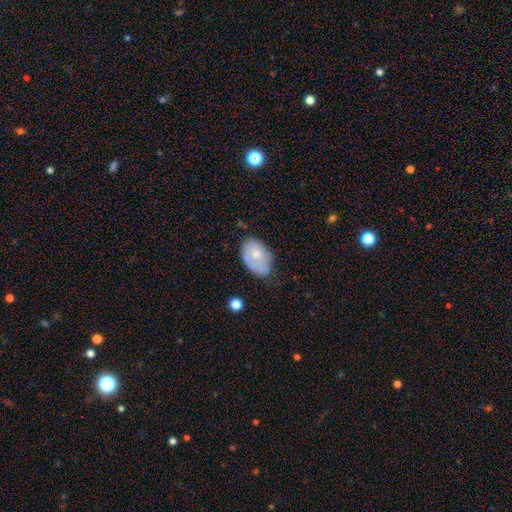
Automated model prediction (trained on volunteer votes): Morphology: type=smooth (64%); roundness=in between (86%); merging=none (47%).